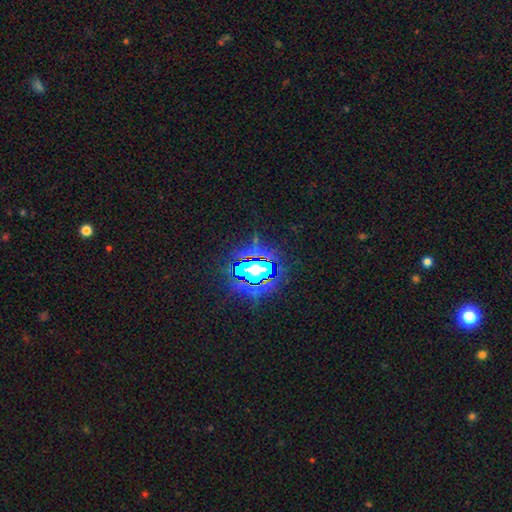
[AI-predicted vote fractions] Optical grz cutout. It shows a star or artifact, not a galaxy (83%).